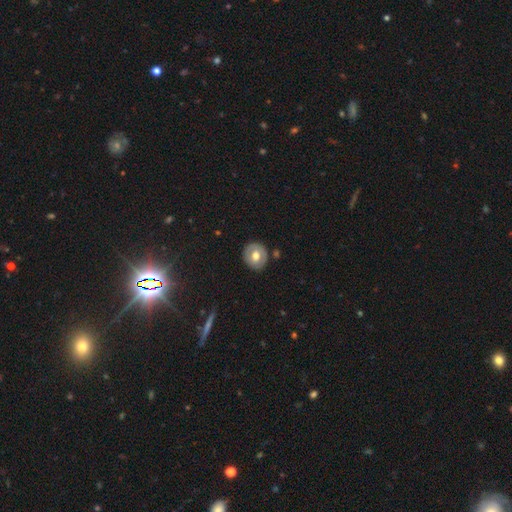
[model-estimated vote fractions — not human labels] smooth 60%, featured or disk 33%, star or artifact 7%. Down the decision tree: how rounded — round (84%); merging — none (86%).